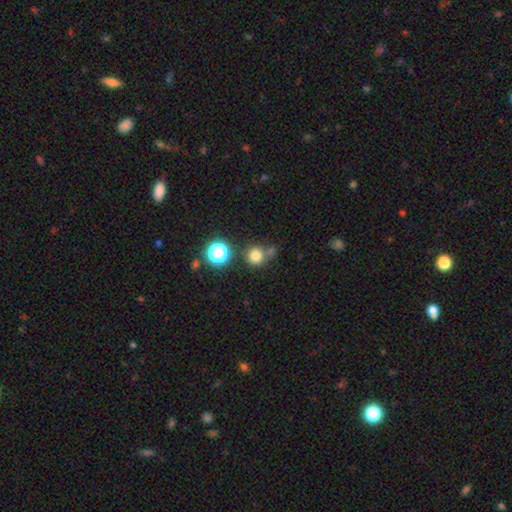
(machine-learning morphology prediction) This appears to be a smooth galaxy with no disk features (77%) that is round (92%). Merging: none (67%).